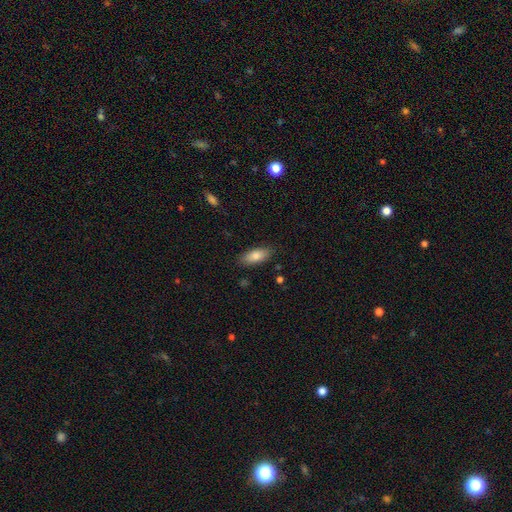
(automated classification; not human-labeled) Smooth or featured? Predicted: smooth (p=0.82). How rounded? Predicted: in between (p=0.80). Merging? Predicted: none (p=0.85).